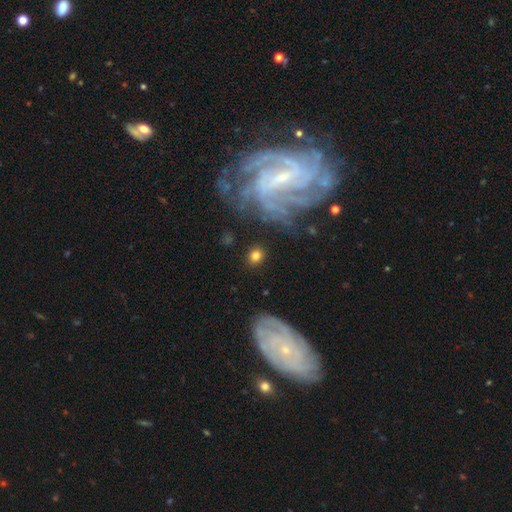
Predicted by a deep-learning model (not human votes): Overall: smooth (77%). How rounded: round (68%; in between 31%). Merging: none (85%).